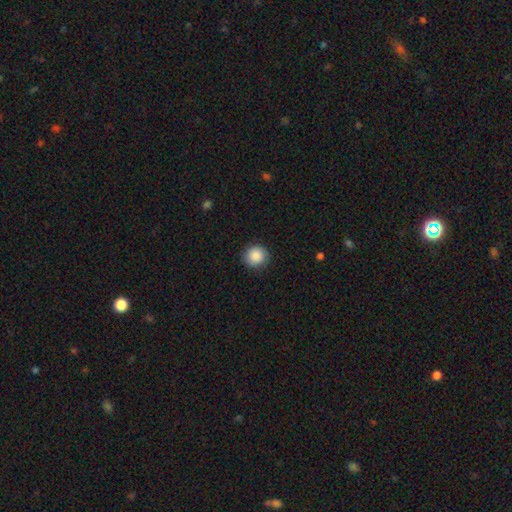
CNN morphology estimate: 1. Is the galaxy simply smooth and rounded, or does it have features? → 88% smooth, 8% star or artifact, 5% featured or disk.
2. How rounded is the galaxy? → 88% round, 11% in between, 1% cigar-shaped.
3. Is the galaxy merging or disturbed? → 88% none, 9% minor disturbance, 2% major disturbance, 1% merger.